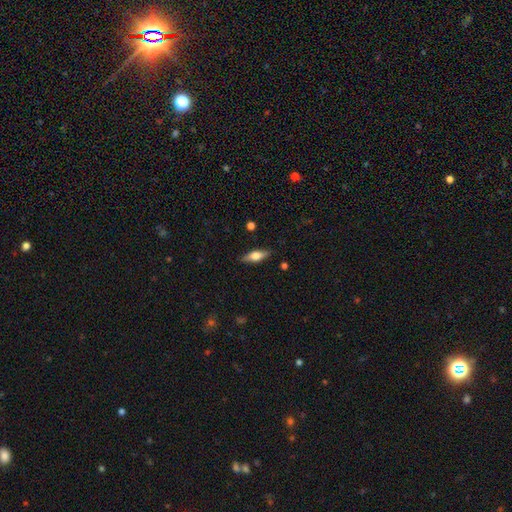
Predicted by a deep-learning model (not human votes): Overall: smooth (51%; featured or disk 43%). How rounded: in between (54%; cigar-shaped 44%). Merging: none (87%).